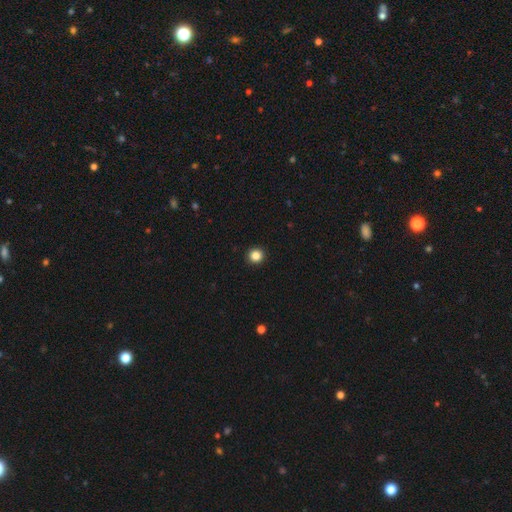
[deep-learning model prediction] A smooth galaxy with no disk features (86%) that is round (94%).

Vote fractions:
- Smooth or featured? smooth: 86% / star or artifact: 11% / featured or disk: 3%
- How rounded? round: 94% / in between: 5% / cigar-shaped: 1%
- Merging? none: 94% / minor disturbance: 4% / major disturbance: 1% / merger: 1%